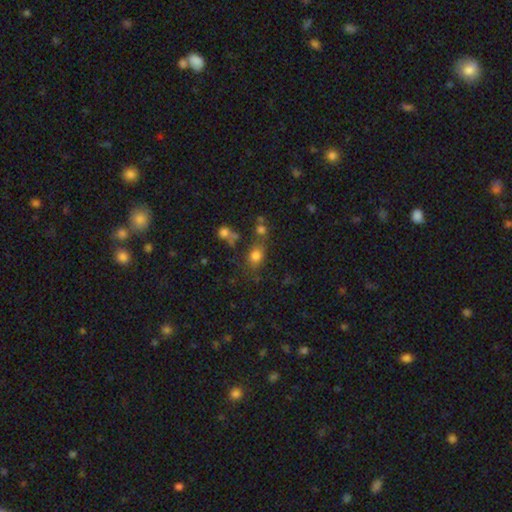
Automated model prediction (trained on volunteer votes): smooth-or-featured: smooth: 75% | star or artifact: 16% | featured or disk: 9%
  how-rounded: round: 51% | in between: 47% | cigar-shaped: 2%
  merging: none: 57% | merger: 19% | minor disturbance: 16% | major disturbance: 9%